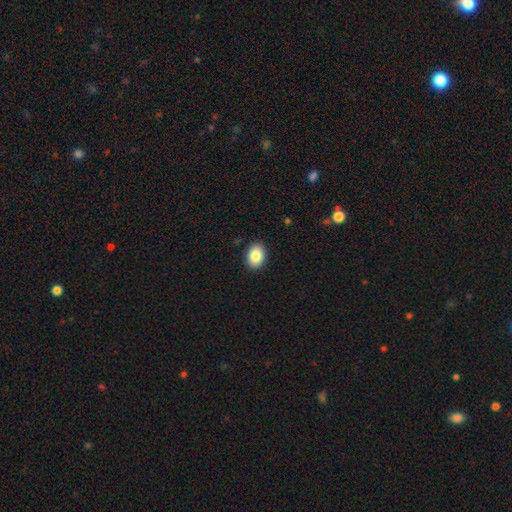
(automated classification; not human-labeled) smooth_or_featured: smooth (p=0.86) [alt: star or artifact p=0.08]
how_rounded: in between (p=0.70) [alt: round p=0.29]
merging: none (p=0.90) [alt: minor disturbance p=0.07]